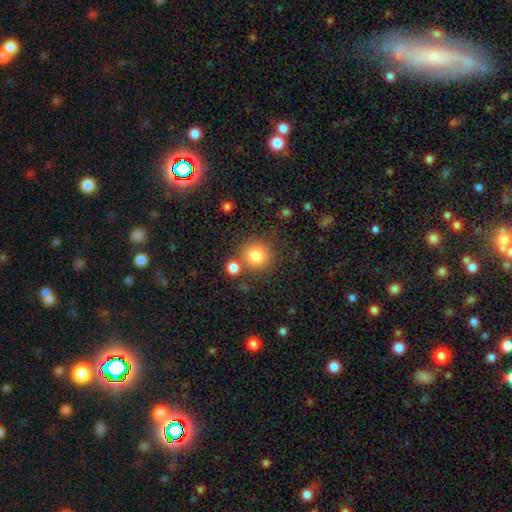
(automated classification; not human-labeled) smooth_or_featured: smooth (p=0.82) [alt: star or artifact p=0.11]
how_rounded: round (p=0.93) [alt: in between p=0.06]
merging: none (p=0.75) [alt: merger p=0.12]